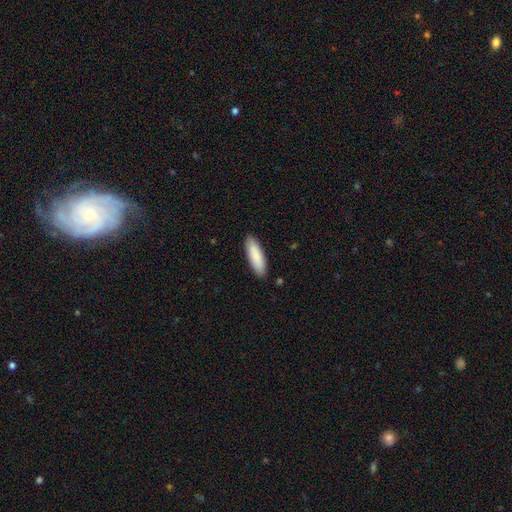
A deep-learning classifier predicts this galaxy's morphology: A smooth galaxy with no disk features (88%) that is cigar-shaped (54%).

Vote fractions:
- Smooth or featured? smooth: 88% / featured or disk: 6% / star or artifact: 5%
- How rounded? cigar-shaped: 54% / in between: 45% / round: 1%
- Merging? none: 89% / minor disturbance: 8% / major disturbance: 2% / merger: 1%